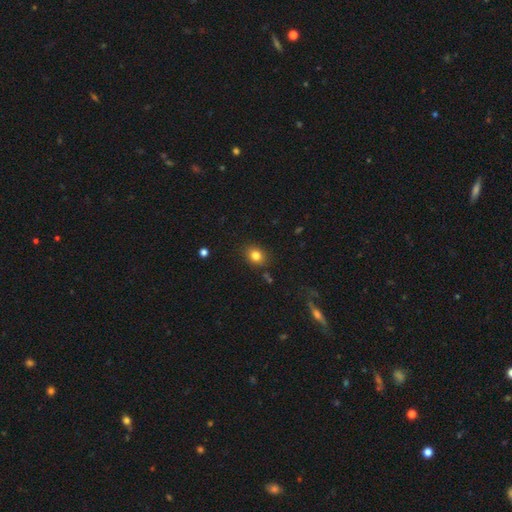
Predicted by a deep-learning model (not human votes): Smooth or featured? smooth (81%)
How rounded? round (53%)
Merging? none (85%)